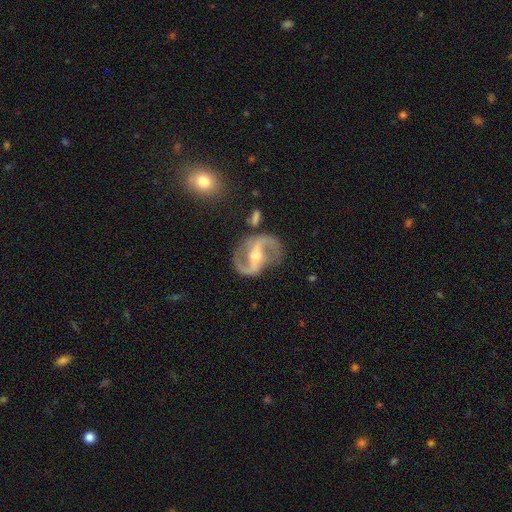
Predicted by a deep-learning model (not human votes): A featured or disk galaxy (91%) with a strong bar (54%), 2 (93%) medium (51%) spiral arms (96%) and a moderate central bulge (56%). Merging: none (78%).